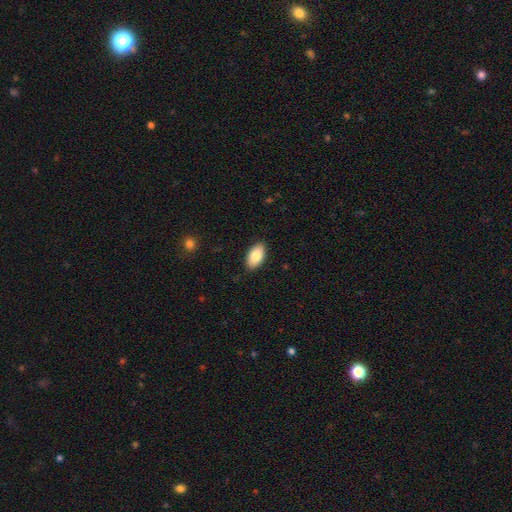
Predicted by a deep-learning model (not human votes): Smooth or featured?
  - smooth: 83% *
  - featured or disk: 10%
  - star or artifact: 6%
How rounded?
  - in between: 94% *
  - round: 3%
  - cigar-shaped: 2%
Merging?
  - none: 87% *
  - minor disturbance: 10%
  - major disturbance: 2%
  - merger: 1%